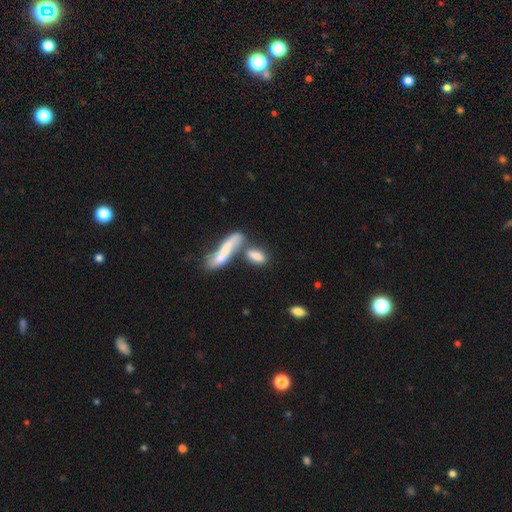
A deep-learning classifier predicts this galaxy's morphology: This is likely a smooth galaxy (77%). How rounded: likely in between (62%). Merging: marginally merger (44%).